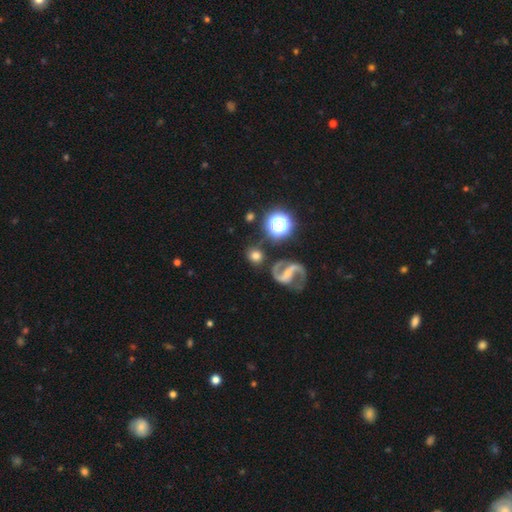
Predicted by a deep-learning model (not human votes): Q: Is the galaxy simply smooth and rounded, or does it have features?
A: smooth — 52%.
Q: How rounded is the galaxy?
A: round — 87%.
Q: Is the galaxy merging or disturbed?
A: none — 75%.